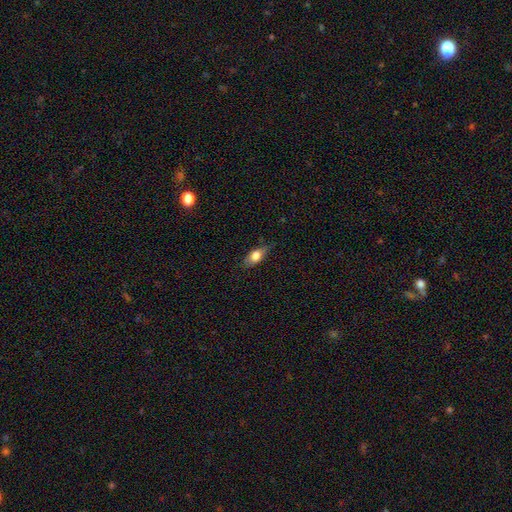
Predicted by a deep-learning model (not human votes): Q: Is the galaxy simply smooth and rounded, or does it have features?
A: smooth — 73%.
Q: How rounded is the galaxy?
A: in between — 79%.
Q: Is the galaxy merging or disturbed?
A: none — 75%.